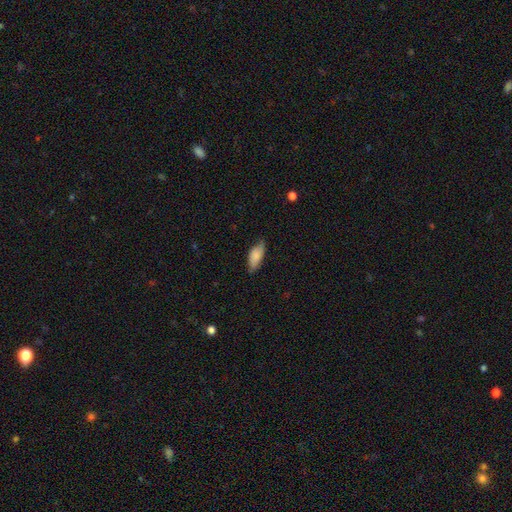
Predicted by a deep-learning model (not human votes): smooth-or-featured: smooth: 82% | featured or disk: 12% | star or artifact: 6%
  how-rounded: in between: 82% | cigar-shaped: 16% | round: 2%
  merging: none: 71% | minor disturbance: 24% | major disturbance: 4% | merger: 1%